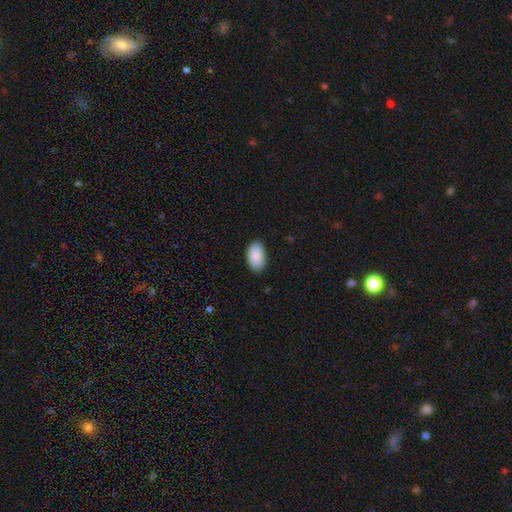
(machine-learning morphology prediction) Overall: smooth (89%). How rounded: in between (95%). Merging: none (83%).